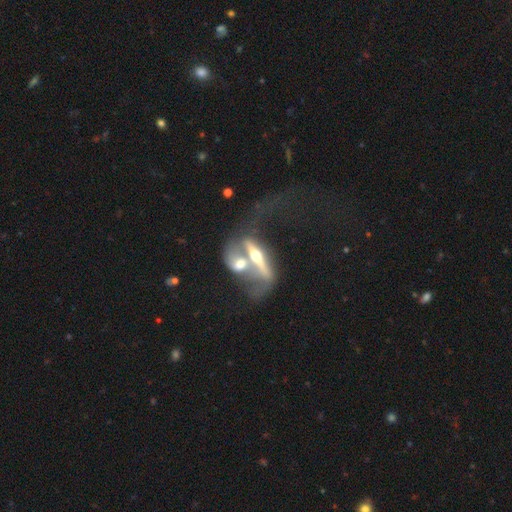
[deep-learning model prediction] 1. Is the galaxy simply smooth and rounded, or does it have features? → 71% featured or disk, 23% smooth, 7% star or artifact.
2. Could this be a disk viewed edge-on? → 70% yes, 30% no.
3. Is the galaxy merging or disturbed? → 70% merger, 13% none, 10% major disturbance, 6% minor disturbance.